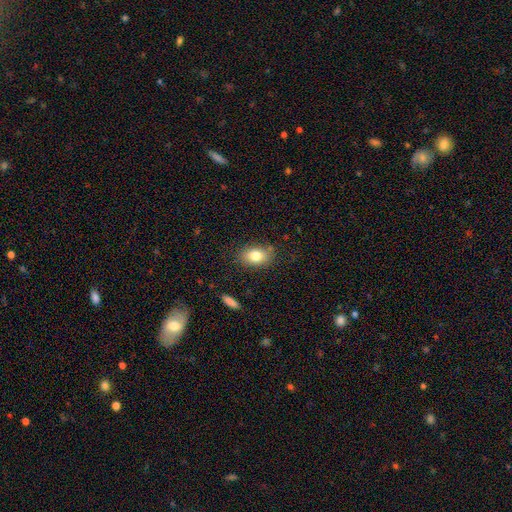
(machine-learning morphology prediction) Smooth or featured? smooth (80%)
How rounded? in between (80%)
Merging? none (80%)